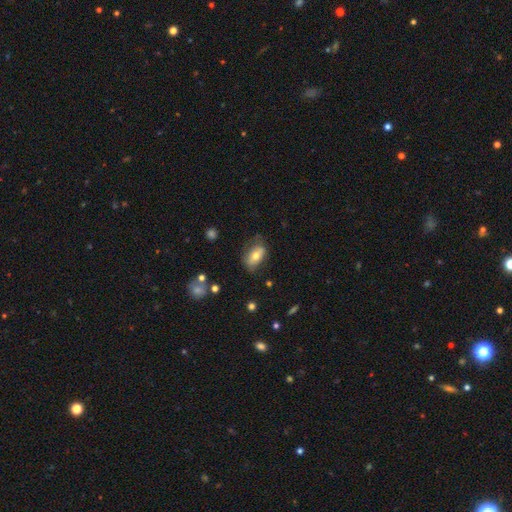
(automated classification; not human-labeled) smooth-or-featured: smooth: 64% | featured or disk: 28% | star or artifact: 8%
  how-rounded: in between: 88% | round: 9% | cigar-shaped: 4%
  merging: none: 62% | minor disturbance: 26% | major disturbance: 10% | merger: 2%